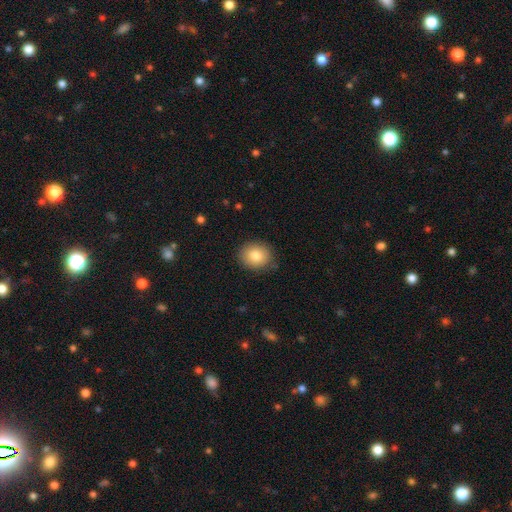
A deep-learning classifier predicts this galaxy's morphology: smooth-or-featured: smooth: 82% | star or artifact: 9% | featured or disk: 9%
  how-rounded: round: 75% | in between: 24% | cigar-shaped: 1%
  merging: none: 83% | minor disturbance: 13% | major disturbance: 3% | merger: 1%